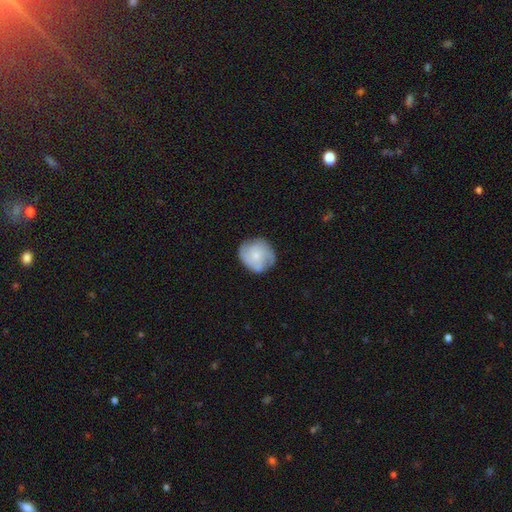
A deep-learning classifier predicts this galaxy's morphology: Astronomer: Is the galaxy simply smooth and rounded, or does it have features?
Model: smooth — 57% (runner-up: featured or disk, 36%).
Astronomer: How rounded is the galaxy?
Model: round — 85%.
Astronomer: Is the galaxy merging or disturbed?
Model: none — 72%.